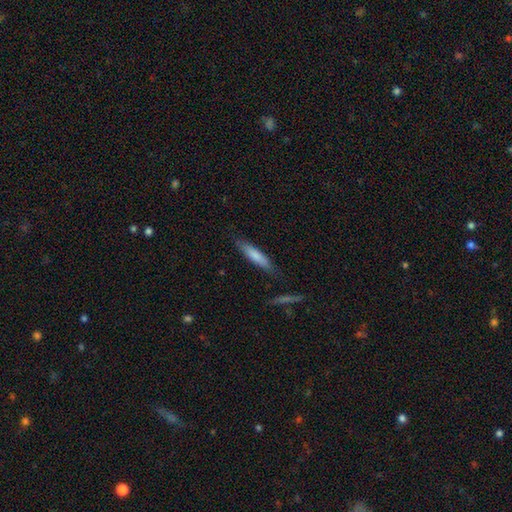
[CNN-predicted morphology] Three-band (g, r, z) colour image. It shows a smooth galaxy with no disk features (77%) that is cigar-shaped (80%). Merging: none (81%).